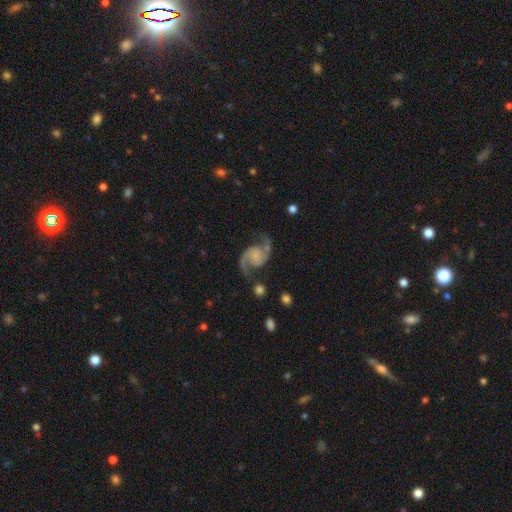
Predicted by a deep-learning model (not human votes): Q: Smooth or featured?
A: featured or disk (92%); runner-up: star or artifact (4%)
Q: Edge-on disk?
A: no (98%); runner-up: yes (2%)
Q: Bar?
A: no (63%); runner-up: weak (27%)
Q: Spiral arms?
A: yes (98%); runner-up: no (2%)
Q: Spiral winding?
A: medium (49%); runner-up: loose (41%)
Q: Spiral arm count?
A: 2 (95%); runner-up: 1 (1%)
Q: Bulge size?
A: none (58%); runner-up: small (22%)
Q: Merging?
A: none (77%); runner-up: minor disturbance (13%)